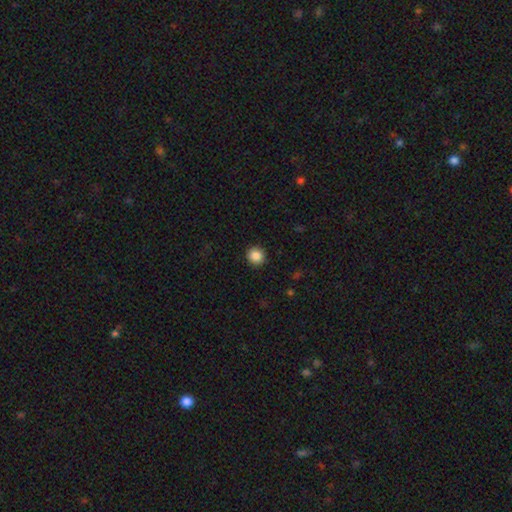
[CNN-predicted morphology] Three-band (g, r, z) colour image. It shows a smooth galaxy with no disk features (87%) that is round (92%). Merging: none (92%).